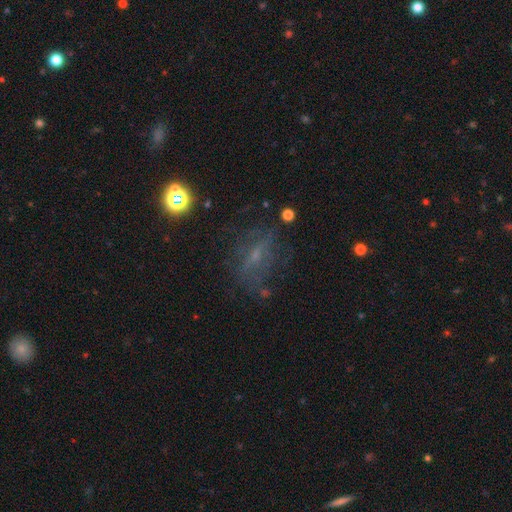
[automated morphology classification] A featured or disk galaxy (44%). Merging: none (60%).